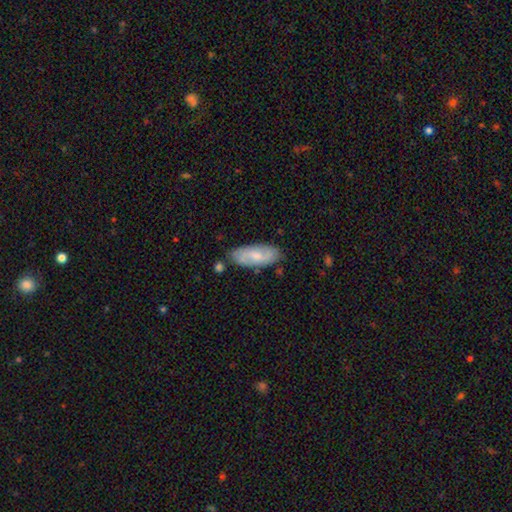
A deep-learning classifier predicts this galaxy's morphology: Overall: smooth (55%; featured or disk 39%). How rounded: in between (80%). Merging: none (78%).